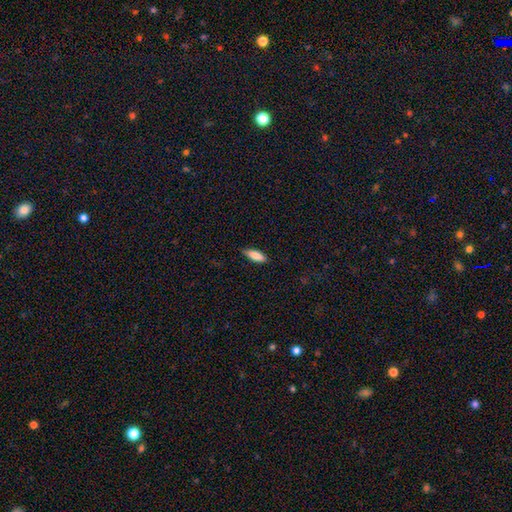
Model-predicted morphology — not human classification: Smooth or featured? Predicted: smooth (p=0.84). How rounded? Predicted: in between (p=0.61). Merging? Predicted: none (p=0.85).